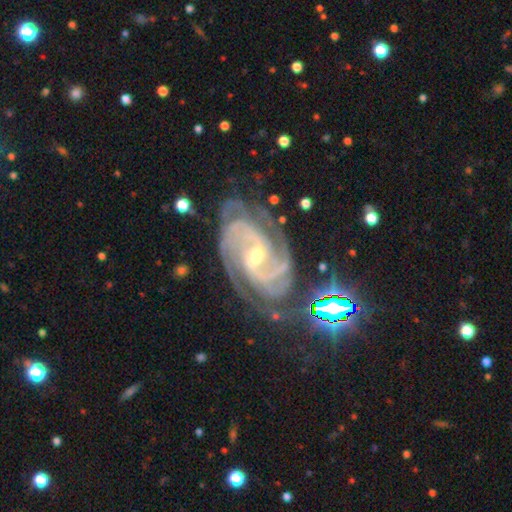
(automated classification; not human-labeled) A featured or disk galaxy (91%) with a weak bar (43%), 2 (32%) tight (60%) spiral arms (99%) and a small central bulge (58%). Merging: none (73%).